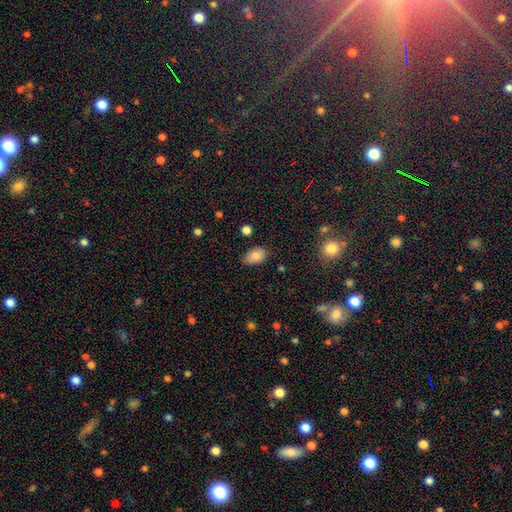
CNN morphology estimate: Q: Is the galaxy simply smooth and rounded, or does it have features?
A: smooth — 83%.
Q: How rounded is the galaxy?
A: in between — 87%.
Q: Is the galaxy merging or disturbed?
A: none — 72%.